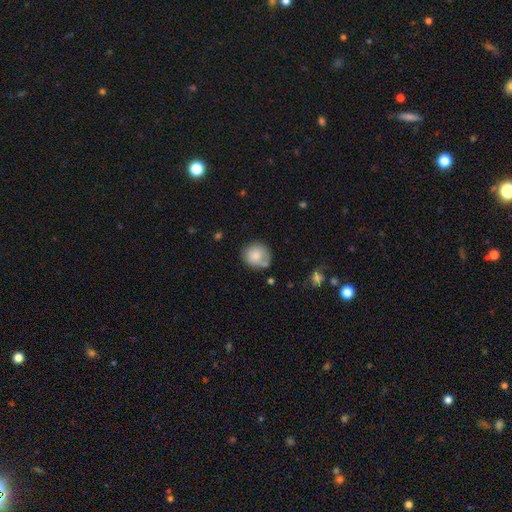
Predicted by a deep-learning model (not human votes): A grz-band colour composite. It shows a smooth galaxy with no disk features (79%) that is round (85%). Merging: none (64%).